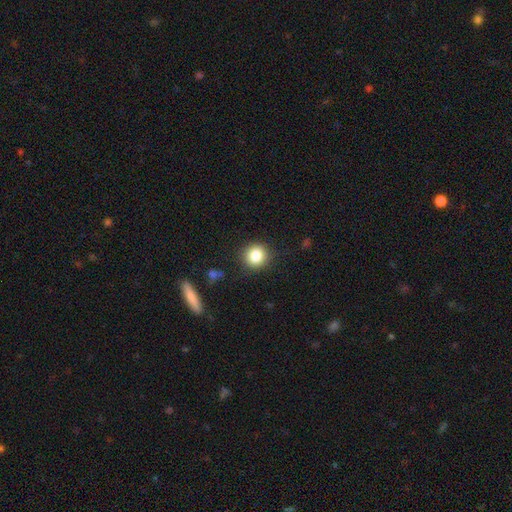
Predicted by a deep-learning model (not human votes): The model was most divided on "smooth or featured": smooth: 84%, star or artifact: 10%, featured or disk: 6%. More confident: how rounded — round (90%); merging — none (88%).